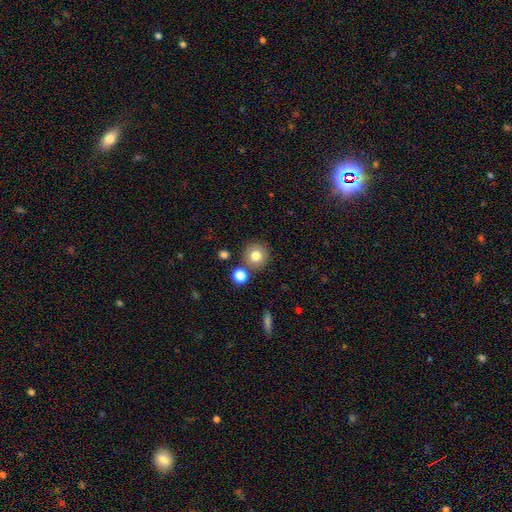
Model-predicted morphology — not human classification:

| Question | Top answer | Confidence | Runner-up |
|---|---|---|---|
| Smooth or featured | smooth | 80% | star or artifact (11%) |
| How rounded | round | 93% | in between (6%) |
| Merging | none | 80% | merger (9%) |